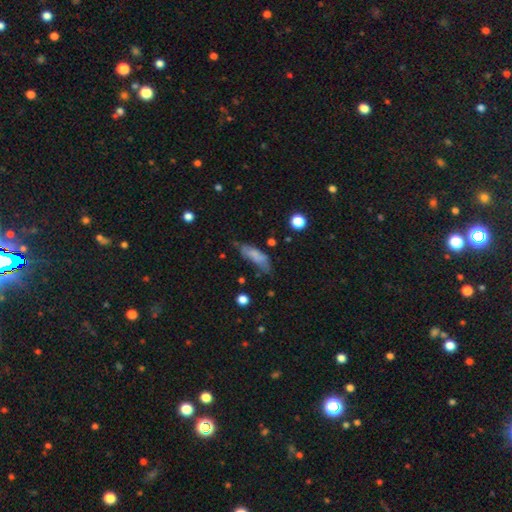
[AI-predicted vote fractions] This is likely a smooth galaxy (68%). How rounded: possibly in between (60%). Merging: possibly none (47%).